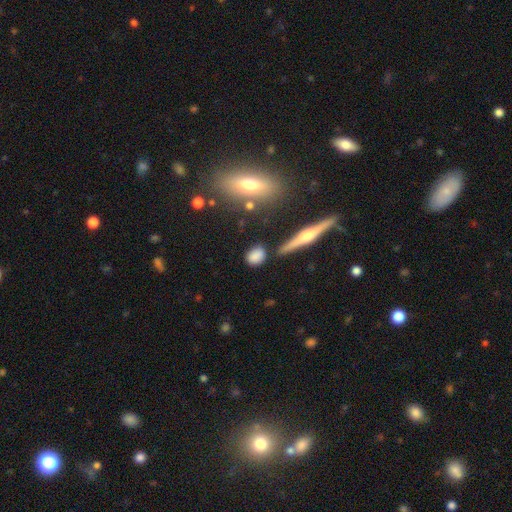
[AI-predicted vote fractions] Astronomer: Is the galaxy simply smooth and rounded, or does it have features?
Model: smooth — 81%.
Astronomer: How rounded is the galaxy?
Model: in between — 53% (runner-up: round, 40%).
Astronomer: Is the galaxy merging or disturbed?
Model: none — 78%.